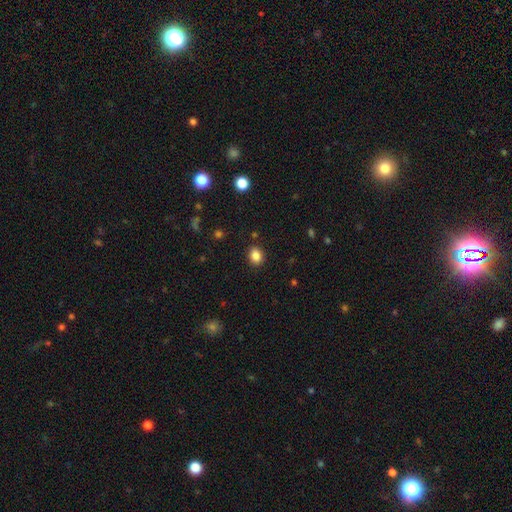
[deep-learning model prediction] Overall: smooth (85%). How rounded: in between (51%; round 48%). Merging: none (88%).